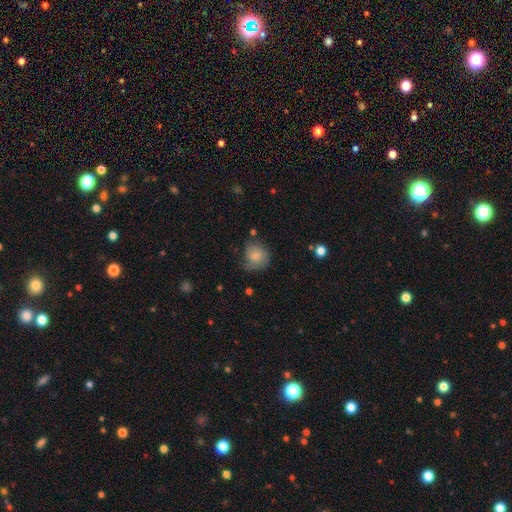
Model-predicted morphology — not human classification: smooth 79%, featured or disk 13%, star or artifact 9%. Down the decision tree: how rounded — round (75%); merging — none (56%).